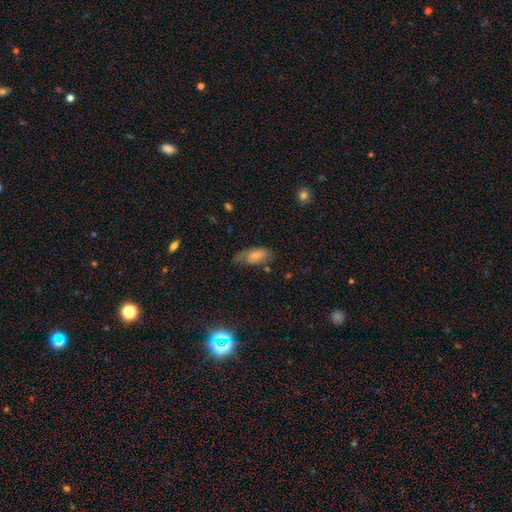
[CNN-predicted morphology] smooth 54%, featured or disk 38%, star or artifact 8%. Down the decision tree: how rounded — in between (90%); merging — none (45%).